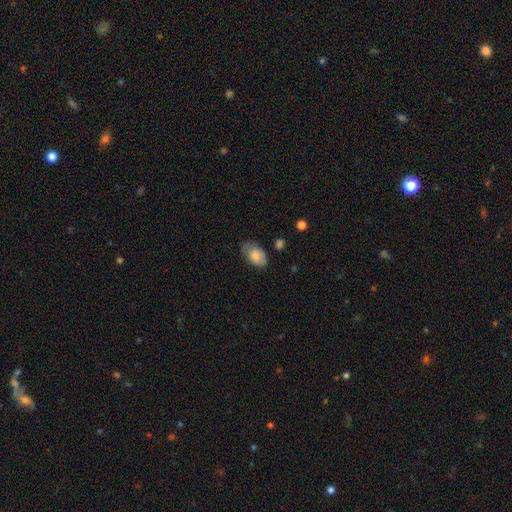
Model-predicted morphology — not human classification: Overall: smooth (76%). How rounded: in between (91%). Merging: none (63%; minor disturbance 28%).